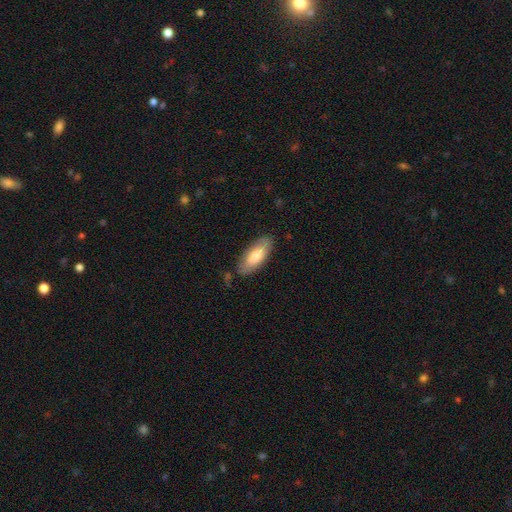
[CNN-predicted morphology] smooth 77%, featured or disk 18%, star or artifact 5%. Down the decision tree: how rounded — in between (78%); merging — none (81%).